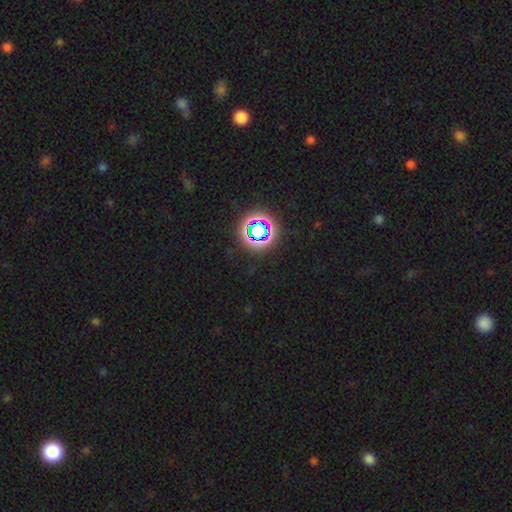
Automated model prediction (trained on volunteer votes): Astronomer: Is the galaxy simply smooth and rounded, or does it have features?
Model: star or artifact — 72%.